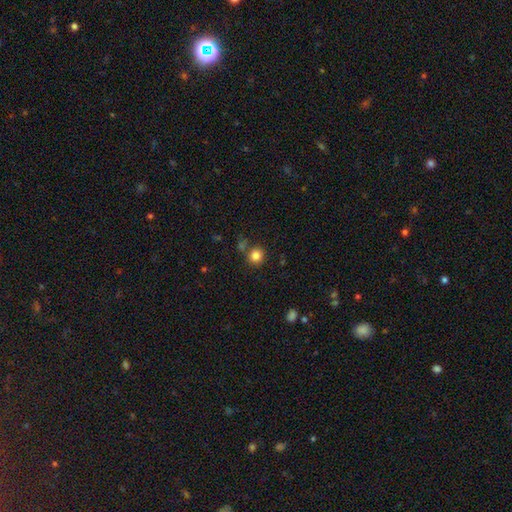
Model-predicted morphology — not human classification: Smooth or featured: smooth — 83% (star or artifact — 11%)
How rounded: round — 91% (in between — 8%)
Merging: none — 80% (merger — 9%)